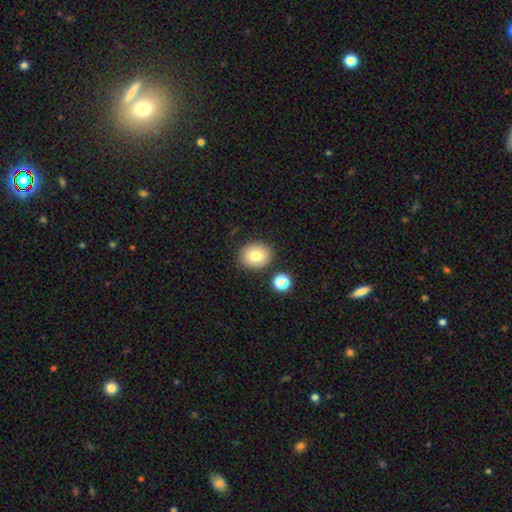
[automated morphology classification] Smooth or featured? smooth (79%)
How rounded? round (71%)
Merging? none (83%)